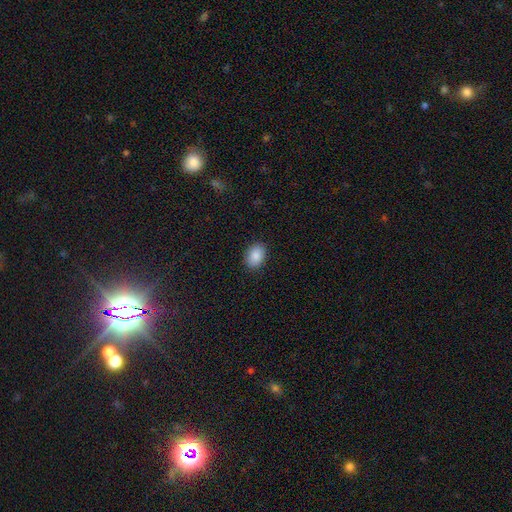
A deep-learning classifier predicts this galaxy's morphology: This appears to be a smooth galaxy with no disk features (88%) that is in between round and cigar-shaped (77%). Merging: none (89%).